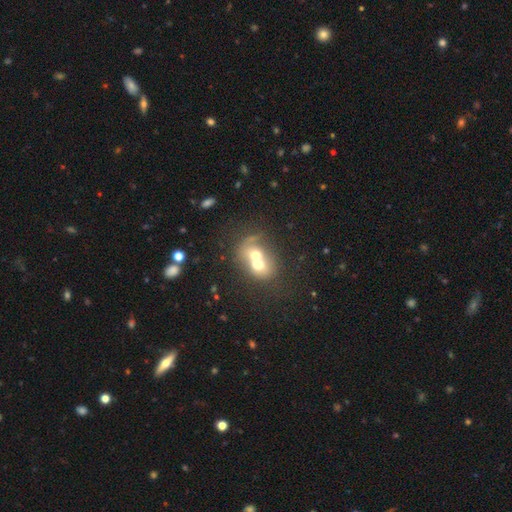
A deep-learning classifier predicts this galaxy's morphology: smooth 57%, featured or disk 33%, star or artifact 10%. Down the decision tree: how rounded — round (53%); merging — merger (76%).